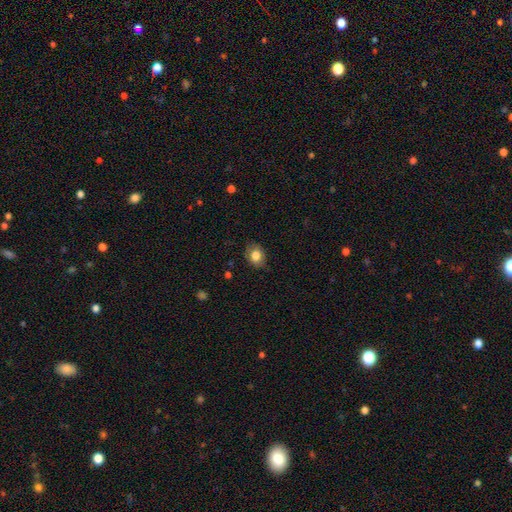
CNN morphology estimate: This is clearly a smooth galaxy (81%). How rounded: likely in between (61%). Merging: likely none (78%).